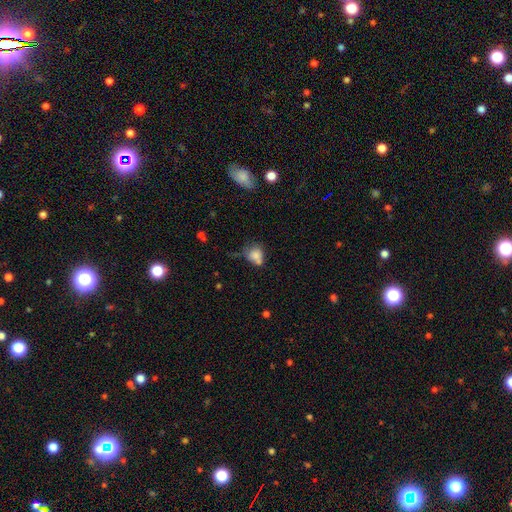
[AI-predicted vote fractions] Overall: smooth (77%). How rounded: round (62%; in between 37%). Merging: none (38%; merger 26%).